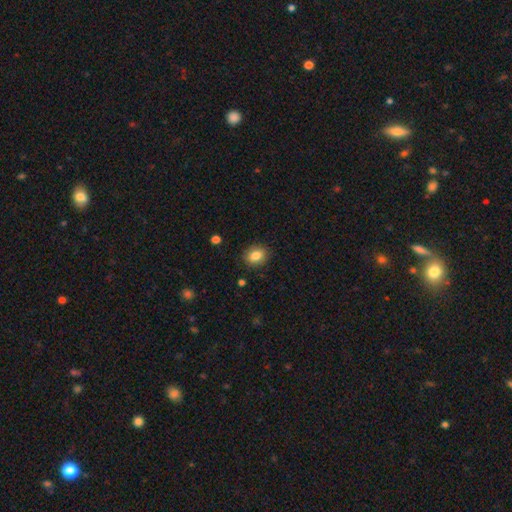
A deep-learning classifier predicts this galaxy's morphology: A smooth galaxy with no disk features (84%) that is in between round and cigar-shaped (53%).

Vote fractions:
- Smooth or featured? smooth: 84% / star or artifact: 9% / featured or disk: 7%
- How rounded? in between: 53% / round: 46% / cigar-shaped: 1%
- Merging? none: 88% / minor disturbance: 9% / major disturbance: 2% / merger: 1%